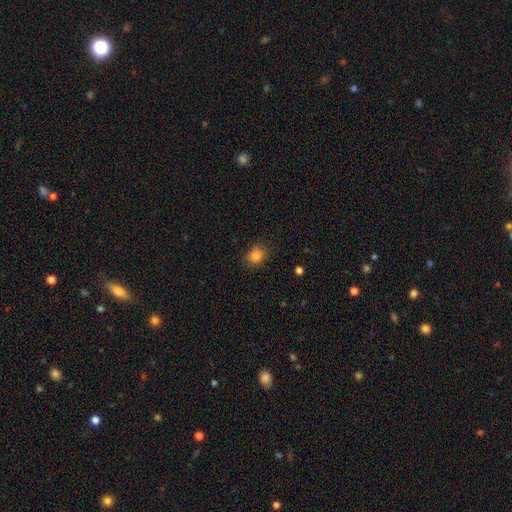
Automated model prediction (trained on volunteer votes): This is clearly a smooth galaxy (84%). How rounded: likely round (65%). Merging: clearly none (81%).